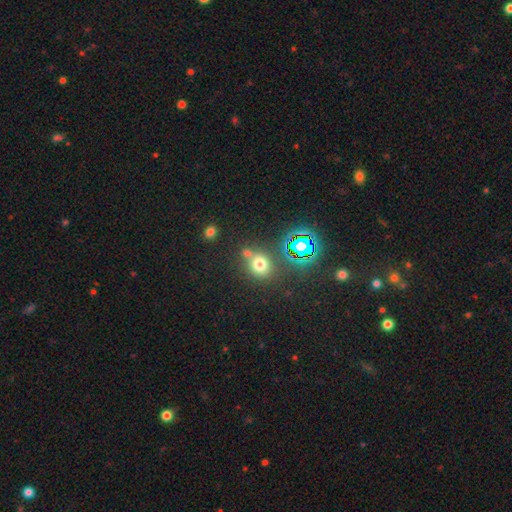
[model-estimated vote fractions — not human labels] Overall: smooth (46%, tied with star or artifact). Merging: none (72%).